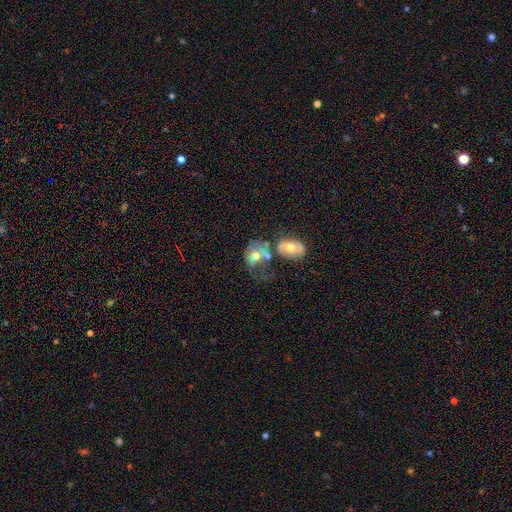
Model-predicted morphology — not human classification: Smooth or featured? Predicted: smooth (p=0.51). How rounded? Predicted: in between (p=0.63). Merging? Predicted: merger (p=0.50).